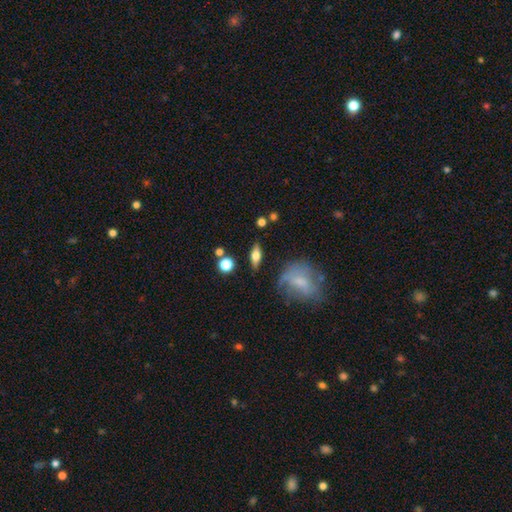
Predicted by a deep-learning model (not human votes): A smooth galaxy with no disk features (53%) that is in between round and cigar-shaped (65%).

Vote fractions:
- Smooth or featured? smooth: 53% / featured or disk: 39% / star or artifact: 8%
- How rounded? in between: 65% / cigar-shaped: 26% / round: 9%
- Merging? none: 82% / minor disturbance: 11% / major disturbance: 4% / merger: 3%